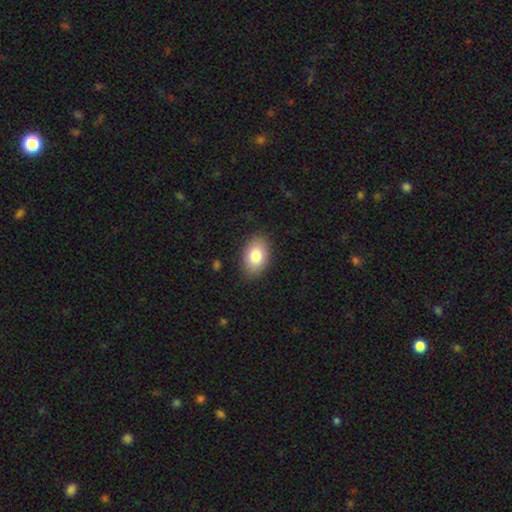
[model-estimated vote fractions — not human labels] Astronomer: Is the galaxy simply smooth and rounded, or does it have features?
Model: smooth — 82%.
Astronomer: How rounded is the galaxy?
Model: in between — 87%.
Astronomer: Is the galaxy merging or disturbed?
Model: none — 86%.